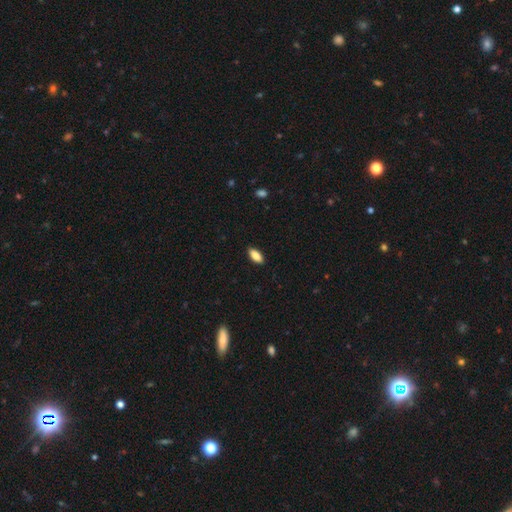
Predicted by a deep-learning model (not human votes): This appears to be a smooth galaxy with no disk features (85%) that is in between round and cigar-shaped (84%). Merging: none (89%).